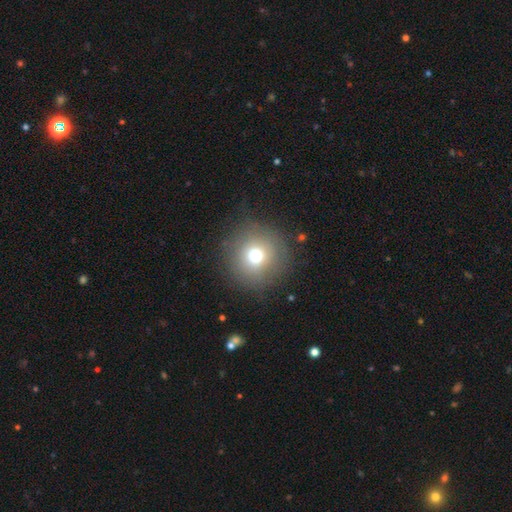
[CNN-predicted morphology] Smooth or featured? Predicted: smooth (p=0.70). How rounded? Predicted: round (p=0.95). Merging? Predicted: none (p=0.87).